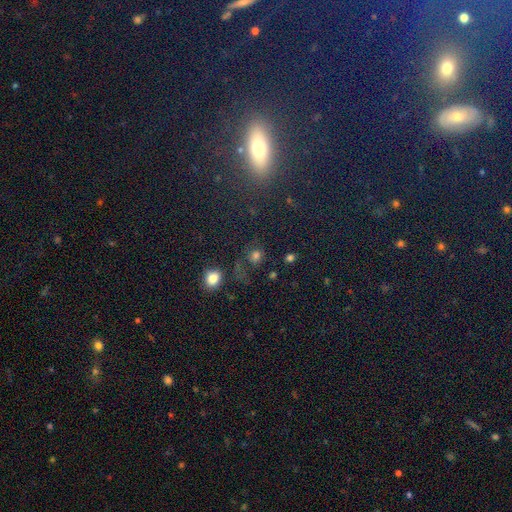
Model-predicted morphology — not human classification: Smooth or featured? smooth (64%)
How rounded? round (75%)
Merging? none (61%)